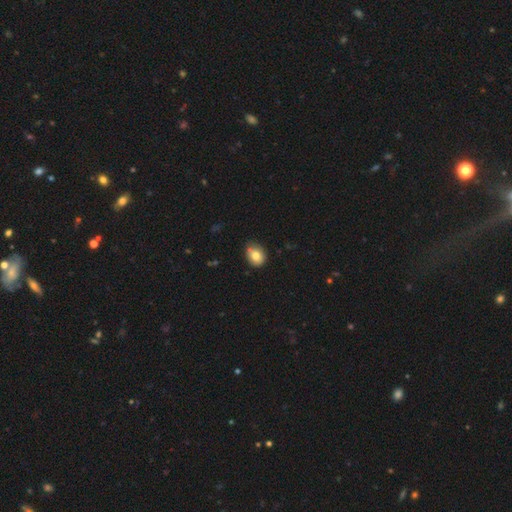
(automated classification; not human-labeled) This appears to be a smooth galaxy with no disk features (77%) that is in between round and cigar-shaped (56%). Merging: none (65%).